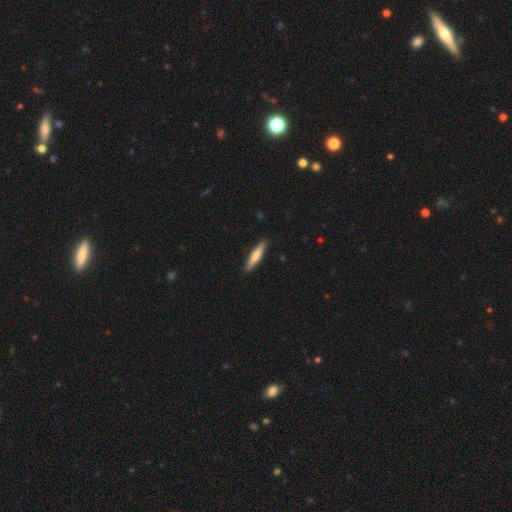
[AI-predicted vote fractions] Q: Smooth or featured?
A: smooth (63%); runner-up: featured or disk (32%)
Q: How rounded?
A: cigar-shaped (86%); runner-up: in between (13%)
Q: Merging?
A: none (90%); runner-up: minor disturbance (7%)